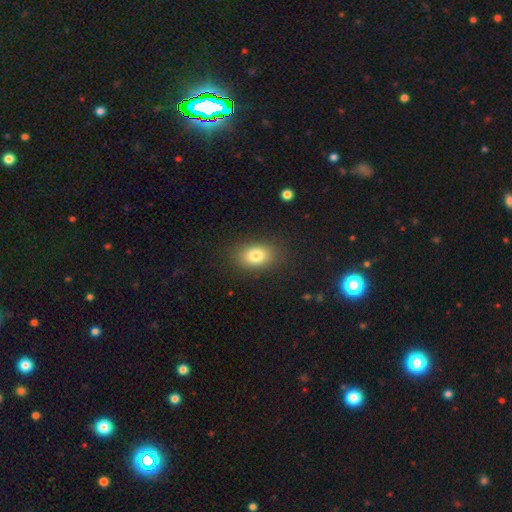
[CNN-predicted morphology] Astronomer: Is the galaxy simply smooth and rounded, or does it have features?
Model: smooth — 80%.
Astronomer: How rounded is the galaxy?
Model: in between — 79%.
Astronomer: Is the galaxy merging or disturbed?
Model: none — 87%.